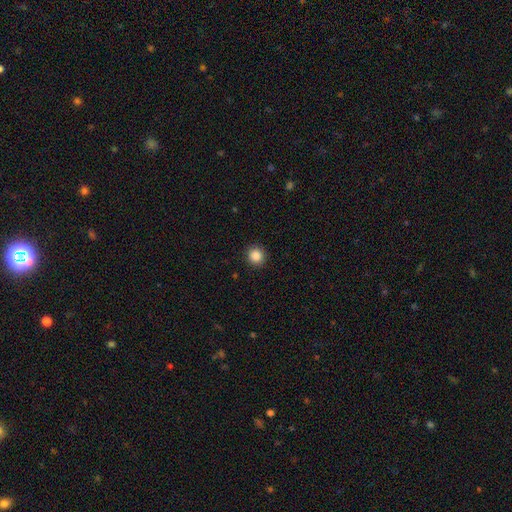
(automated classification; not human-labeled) Smooth or featured? Predicted: smooth (p=0.87). How rounded? Predicted: round (p=0.90). Merging? Predicted: none (p=0.91).